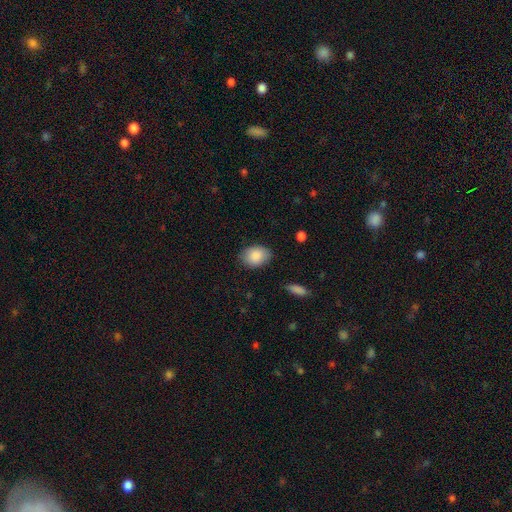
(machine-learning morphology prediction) smooth_or_featured: smooth (p=0.88) [alt: star or artifact p=0.07]
how_rounded: in between (p=0.74) [alt: round p=0.25]
merging: none (p=0.82) [alt: minor disturbance p=0.14]